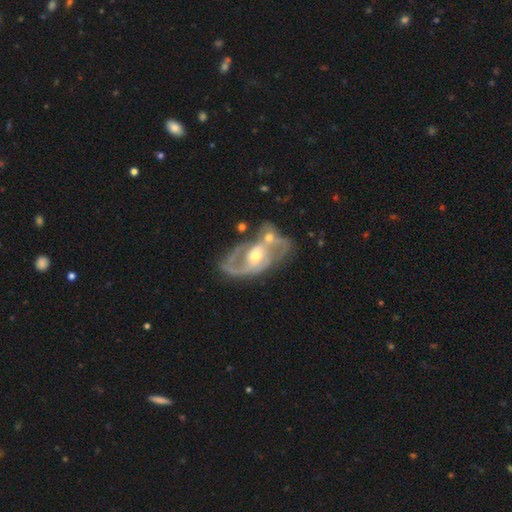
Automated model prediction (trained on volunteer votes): A featured or disk galaxy (86%) with no bar (44%), 2 (77%) medium (50%) spiral arms (90%) and a moderate central bulge (61%). Merging: none (40%).